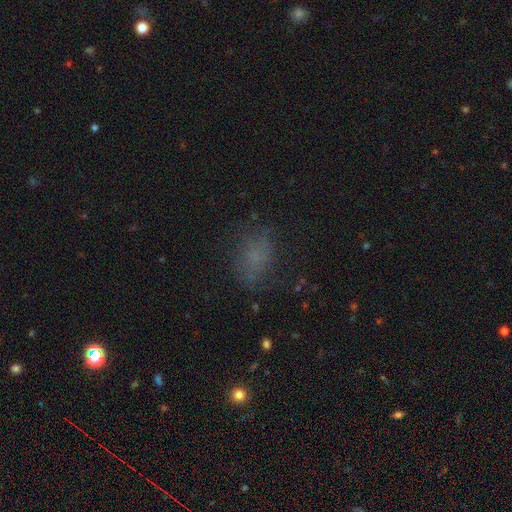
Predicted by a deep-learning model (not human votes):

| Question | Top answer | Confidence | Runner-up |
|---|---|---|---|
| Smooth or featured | smooth | 64% | star or artifact (20%) |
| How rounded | in between | 72% | round (26%) |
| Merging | none | 65% | minor disturbance (20%) |